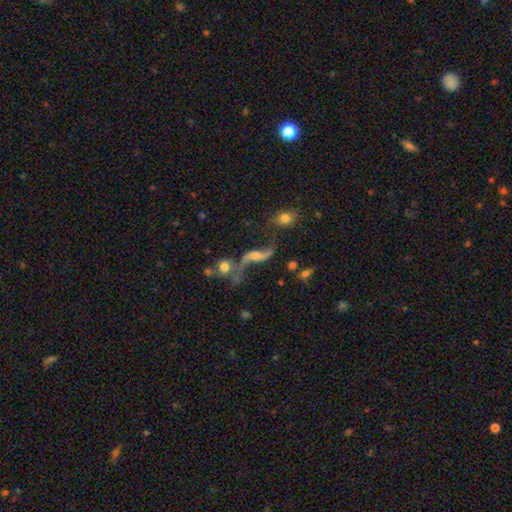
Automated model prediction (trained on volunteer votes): A featured or disk galaxy (80%) with no bar (52%), 2 (92%) loose (93%) spiral arms (91%) and a moderate central bulge (43%). Merging: none (44%).